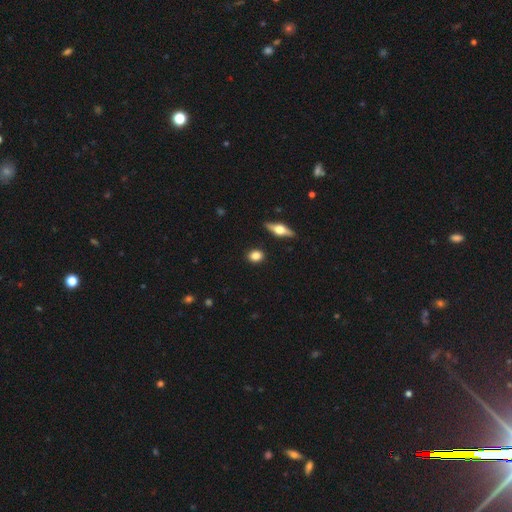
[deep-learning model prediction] Smooth or featured? smooth (80%)
How rounded? round (54%)
Merging? none (89%)